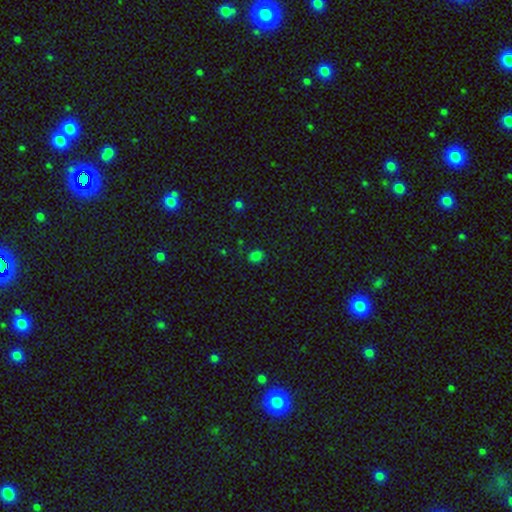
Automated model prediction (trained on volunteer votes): A smooth galaxy with no disk features (76%) that is round (70%). Merging: none (82%).